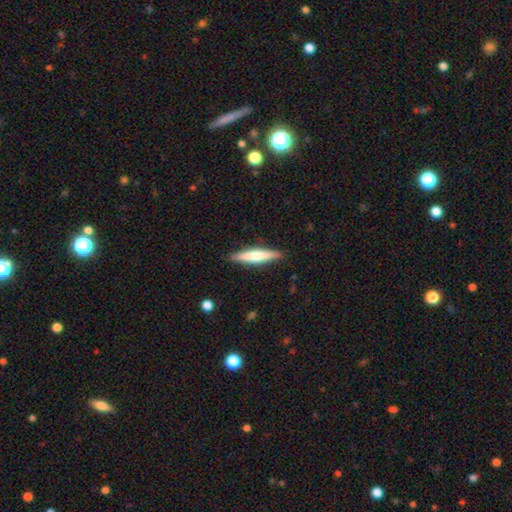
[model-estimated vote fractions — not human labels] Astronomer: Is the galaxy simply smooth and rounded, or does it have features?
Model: smooth — 56% (runner-up: featured or disk, 39%).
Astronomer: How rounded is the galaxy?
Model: cigar-shaped — 88%.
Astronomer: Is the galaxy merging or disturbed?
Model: none — 89%.